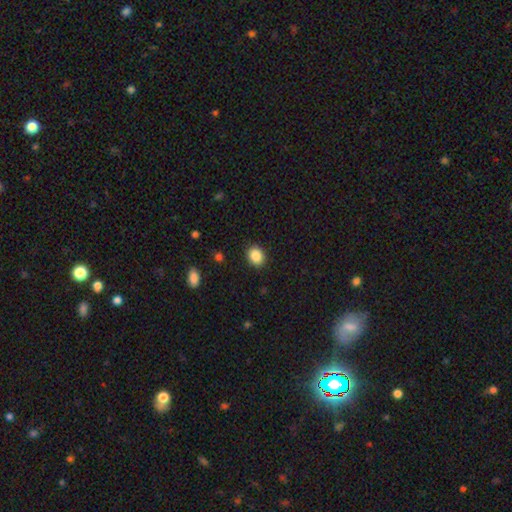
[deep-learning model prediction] A smooth galaxy with no disk features (87%) that is round (50%). Merging: none (89%).